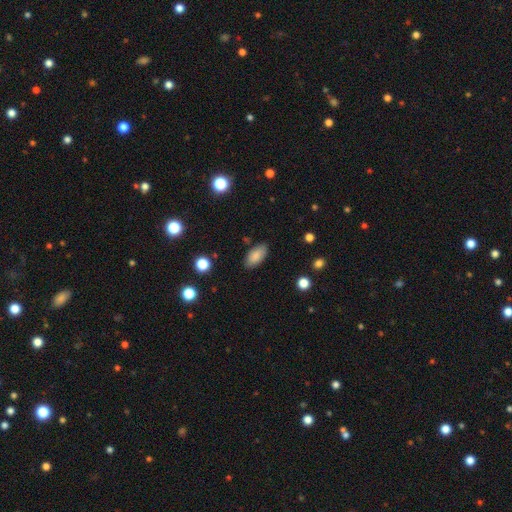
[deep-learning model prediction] Smooth or featured? Predicted: smooth (p=0.86). How rounded? Predicted: in between (p=0.92). Merging? Predicted: none (p=0.86).